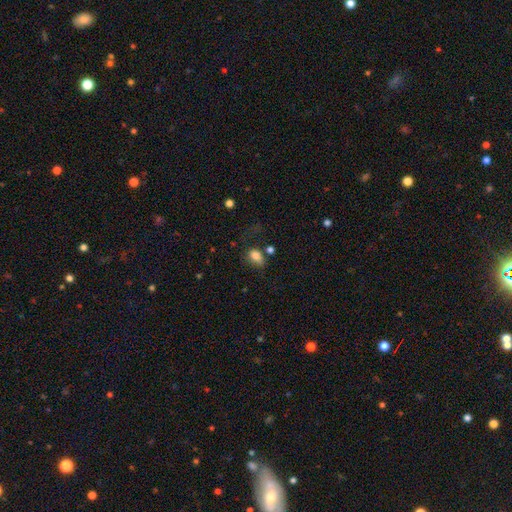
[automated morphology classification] A smooth galaxy with no disk features (82%) that is in between round and cigar-shaped (78%). Merging: none (50%).